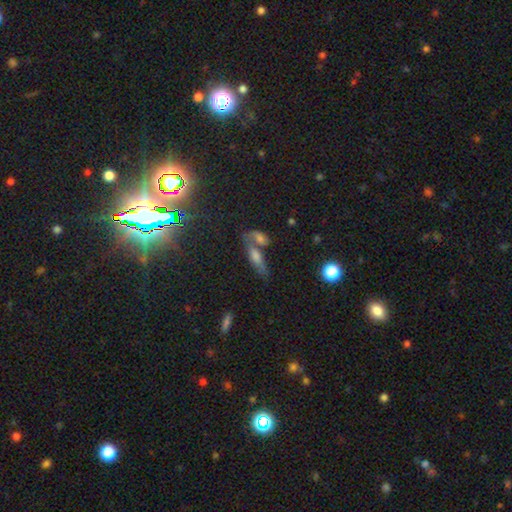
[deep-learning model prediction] Smooth or featured? Predicted: smooth (p=0.46). Merging? Predicted: merger (p=0.49).